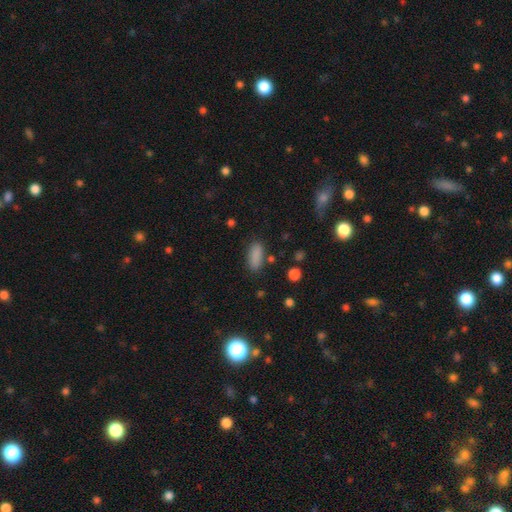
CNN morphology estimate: Smooth or featured: smooth — 87% (star or artifact — 9%)
How rounded: in between — 84% (cigar-shaped — 13%)
Merging: none — 81% (minor disturbance — 12%)